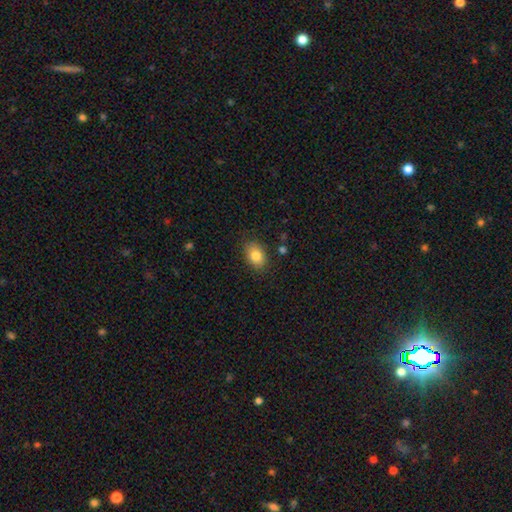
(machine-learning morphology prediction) A smooth galaxy with no disk features (83%) that is in between round and cigar-shaped (76%).

Vote fractions:
- Smooth or featured? smooth: 83% / featured or disk: 9% / star or artifact: 8%
- How rounded? in between: 76% / round: 23% / cigar-shaped: 1%
- Merging? none: 83% / minor disturbance: 12% / major disturbance: 3% / merger: 2%